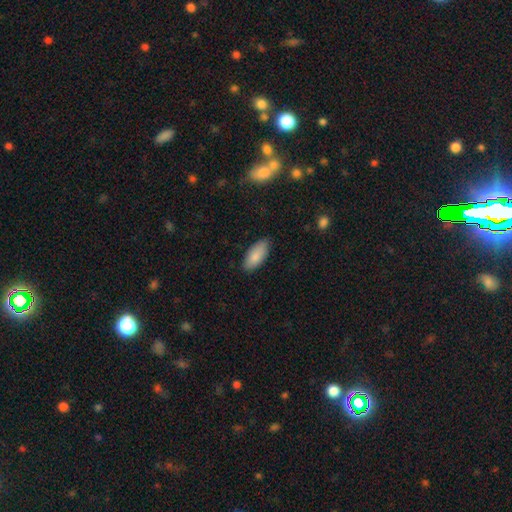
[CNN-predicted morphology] Q: Smooth or featured?
A: smooth (86%); runner-up: featured or disk (8%)
Q: How rounded?
A: in between (89%); runner-up: cigar-shaped (9%)
Q: Merging?
A: none (83%); runner-up: minor disturbance (14%)